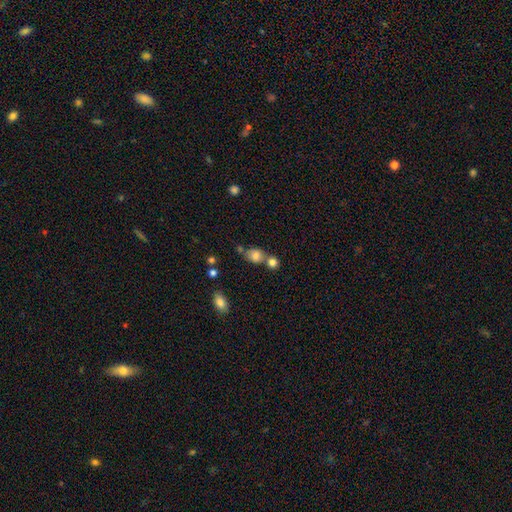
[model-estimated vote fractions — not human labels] Morphology: type=smooth (80%); roundness=in between (53%); merging=none (47%).